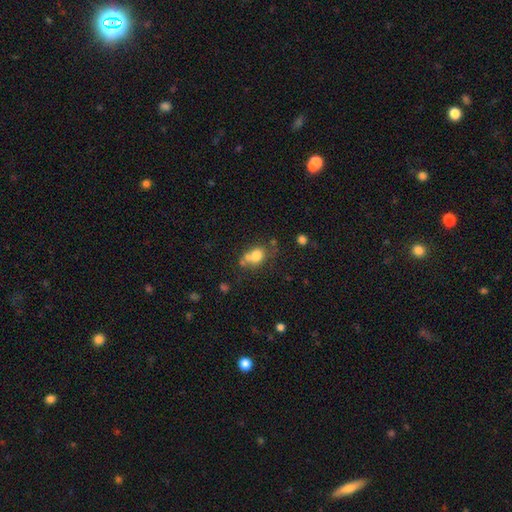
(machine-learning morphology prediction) Smooth or featured?
  - smooth: 74% *
  - featured or disk: 14%
  - star or artifact: 12%
How rounded?
  - round: 50% *
  - in between: 49%
  - cigar-shaped: 1%
Merging?
  - none: 45% *
  - merger: 32%
  - minor disturbance: 16%
  - major disturbance: 7%